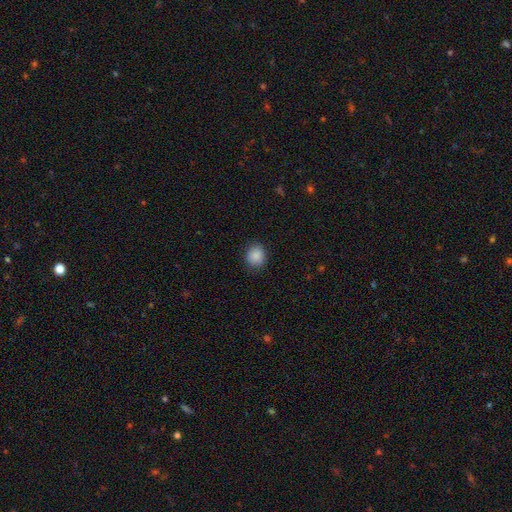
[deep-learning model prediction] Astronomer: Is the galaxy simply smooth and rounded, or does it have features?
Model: smooth — 88%.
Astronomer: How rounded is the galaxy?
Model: round — 74%.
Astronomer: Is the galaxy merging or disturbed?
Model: none — 85%.